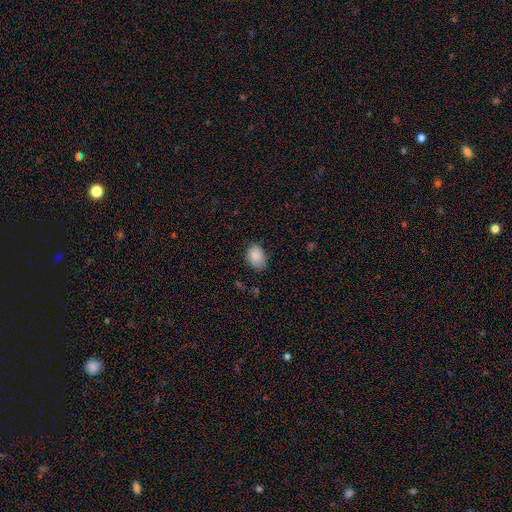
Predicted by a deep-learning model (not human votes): Overall: smooth (88%). How rounded: in between (78%). Merging: none (76%).